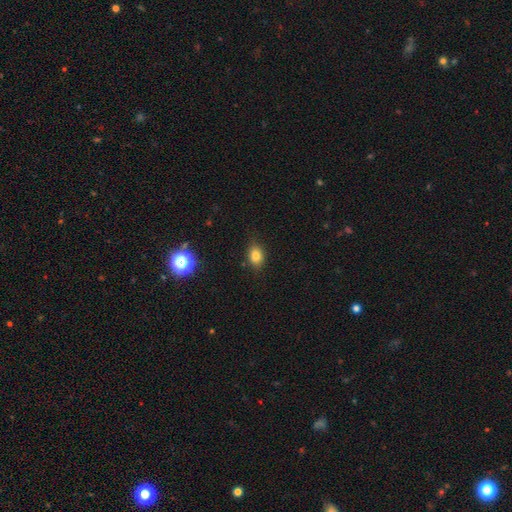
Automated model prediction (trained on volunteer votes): Morphology: type=smooth (80%); roundness=in between (69%); merging=none (81%).